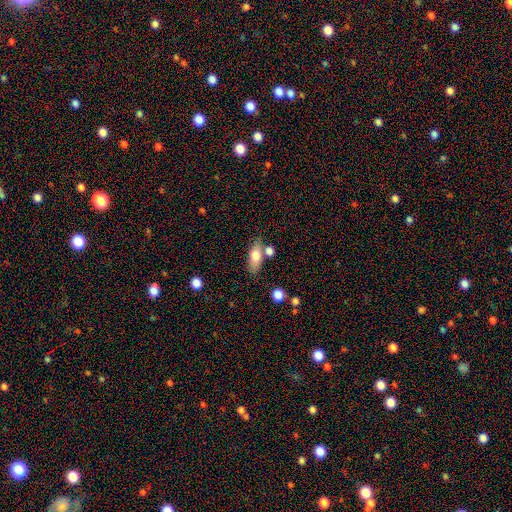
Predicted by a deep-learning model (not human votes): Smooth or featured? Predicted: smooth (p=0.75). How rounded? Predicted: in between (p=0.81). Merging? Predicted: none (p=0.65).